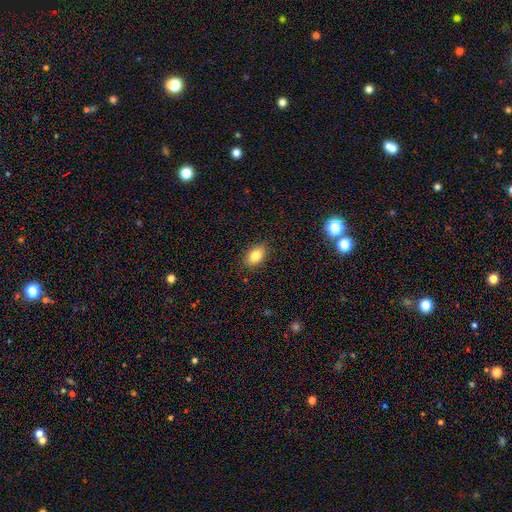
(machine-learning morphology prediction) type=smooth (82%); roundness=in between (84%); merging=none (86%).